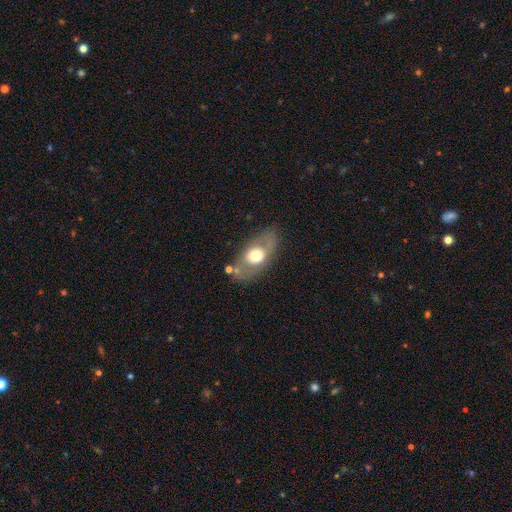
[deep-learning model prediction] Smooth or featured? smooth (51%)
How rounded? in between (81%)
Merging? none (72%)